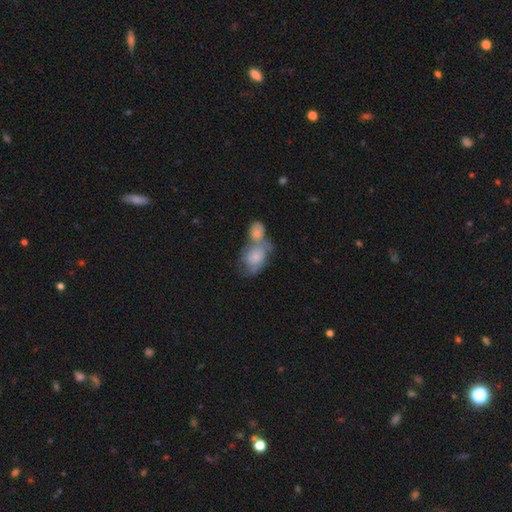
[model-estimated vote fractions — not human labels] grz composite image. It shows a smooth galaxy with no disk features (50%) that is in between round and cigar-shaped (70%). Merging: merger (59%).